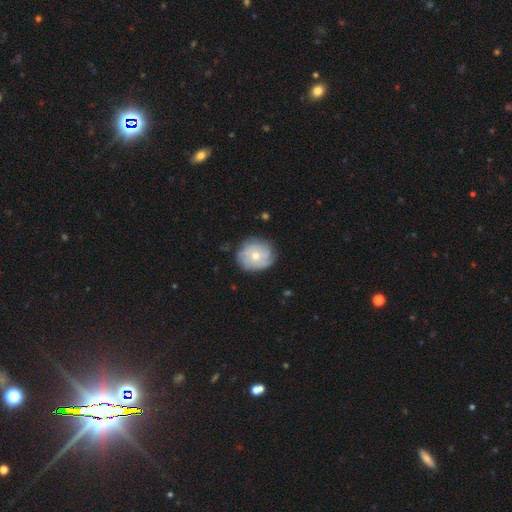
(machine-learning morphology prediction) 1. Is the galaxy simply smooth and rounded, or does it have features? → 61% featured or disk, 30% smooth, 8% star or artifact.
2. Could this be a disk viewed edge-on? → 97% no, 3% yes.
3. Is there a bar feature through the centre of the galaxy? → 83% no, 14% weak, 2% strong.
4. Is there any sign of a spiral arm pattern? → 81% yes, 19% no.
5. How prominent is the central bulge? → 59% moderate, 37% small, 2% large, 1% none, 1% dominant.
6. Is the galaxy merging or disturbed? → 78% none, 16% minor disturbance, 5% major disturbance, 1% merger.